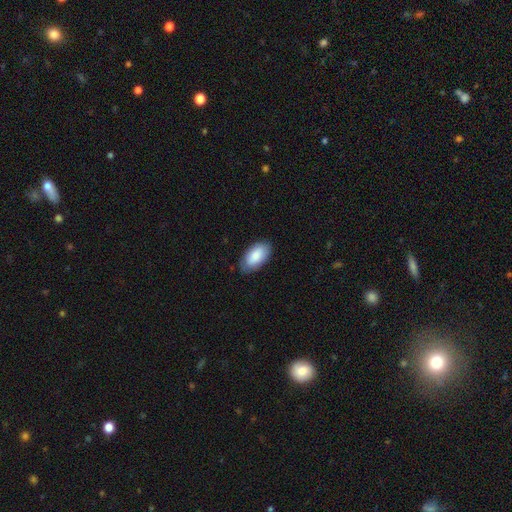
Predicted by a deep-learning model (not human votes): smooth 84%, featured or disk 10%, star or artifact 6%. Down the decision tree: how rounded — in between (95%); merging — none (82%).